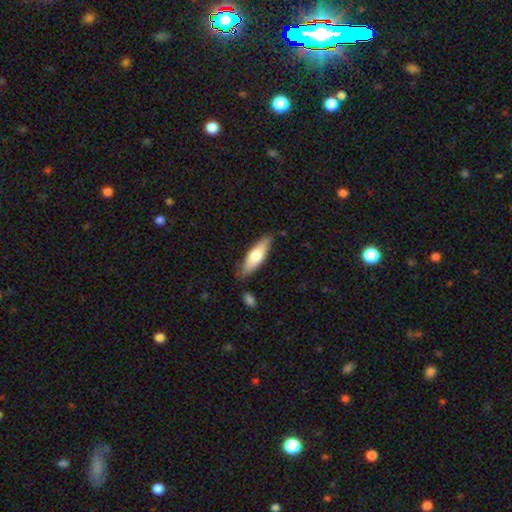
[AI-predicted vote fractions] A smooth galaxy with no disk features (62%) that is cigar-shaped (57%). Merging: none (81%).